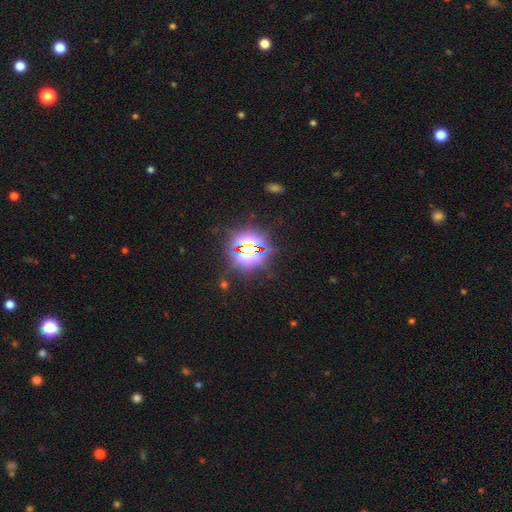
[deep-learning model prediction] Smooth or featured? Predicted: star or artifact (p=0.83).